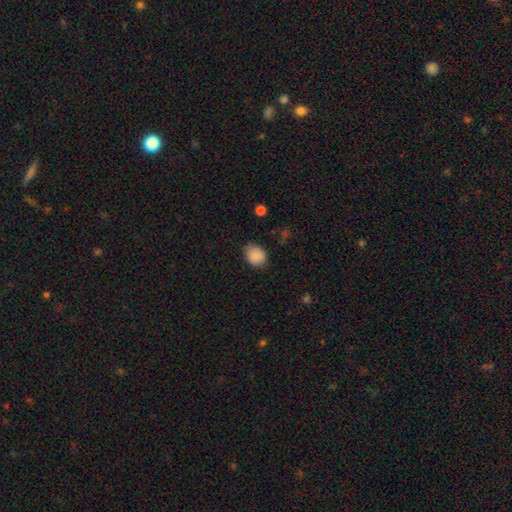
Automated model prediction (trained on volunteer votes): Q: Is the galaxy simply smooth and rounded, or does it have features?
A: smooth — 87%.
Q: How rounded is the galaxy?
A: in between — 51%.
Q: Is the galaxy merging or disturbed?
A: none — 76%.